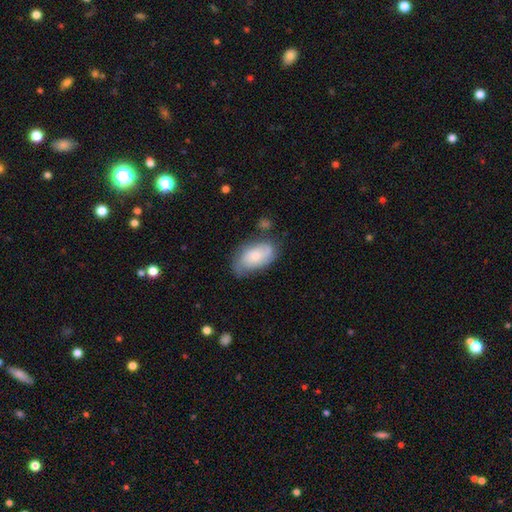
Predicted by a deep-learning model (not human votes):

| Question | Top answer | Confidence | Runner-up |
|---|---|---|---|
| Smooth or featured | smooth | 51% | featured or disk (42%) |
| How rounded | in between | 92% | round (6%) |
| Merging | none | 58% | minor disturbance (28%) |